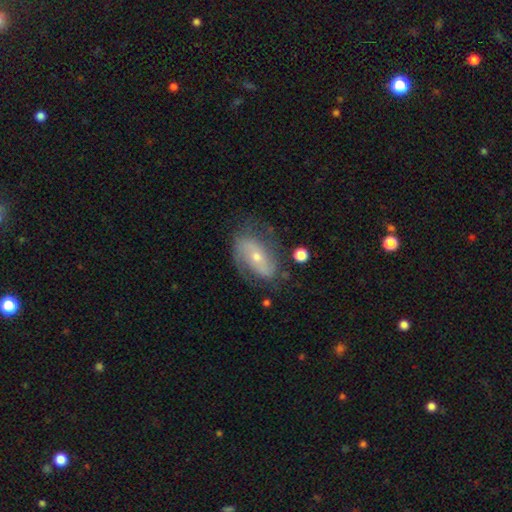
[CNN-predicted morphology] Q: Smooth or featured?
A: featured or disk (70%); runner-up: smooth (23%)
Q: Edge-on disk?
A: no (93%); runner-up: yes (7%)
Q: Bar?
A: no (46%); runner-up: weak (32%)
Q: Spiral arms?
A: yes (82%); runner-up: no (18%)
Q: Spiral winding?
A: medium (39%); runner-up: tight (31%)
Q: Spiral arm count?
A: 2 (68%); runner-up: can't tell (18%)
Q: Bulge size?
A: small (52%); runner-up: moderate (43%)
Q: Merging?
A: none (62%); runner-up: minor disturbance (22%)